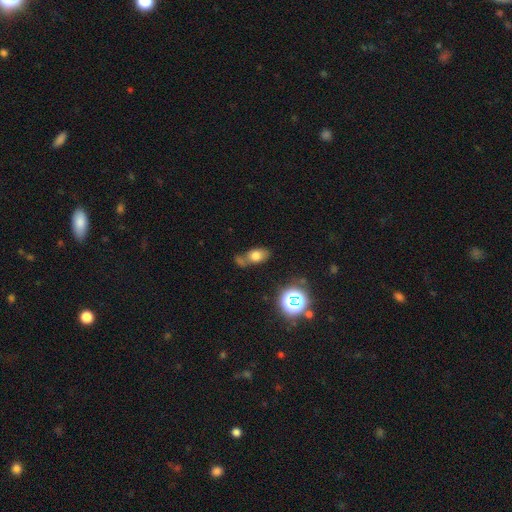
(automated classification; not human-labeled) This is likely a smooth galaxy (68%). How rounded: likely in between (79%). Merging: possibly none (49%).